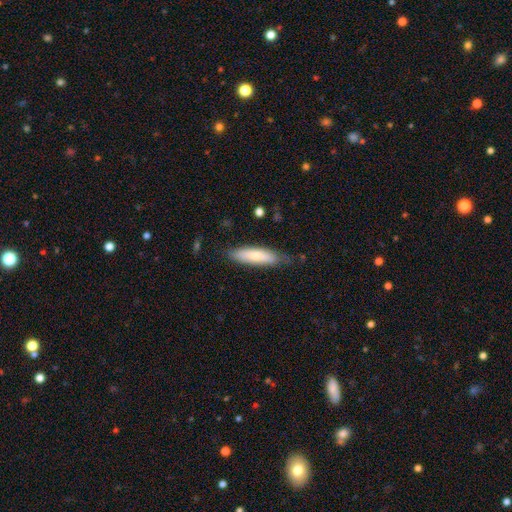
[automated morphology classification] Smooth or featured?
  - smooth: 74% *
  - featured or disk: 21%
  - star or artifact: 6%
How rounded?
  - cigar-shaped: 65% *
  - in between: 33%
  - round: 1%
Merging?
  - none: 73% *
  - minor disturbance: 22%
  - major disturbance: 4%
  - merger: 2%